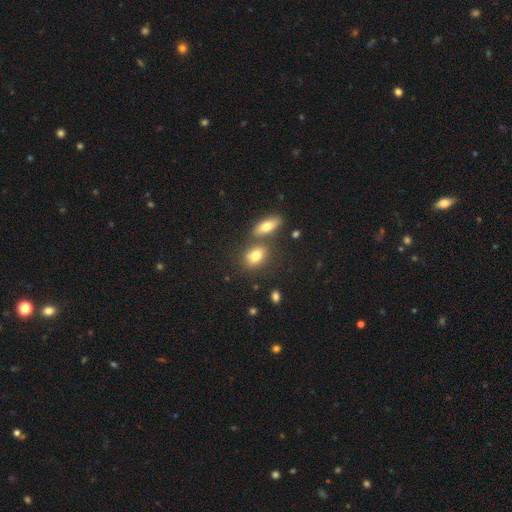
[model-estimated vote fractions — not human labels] Morphology: type=smooth (77%); roundness=in between (73%); merging=none (59%).